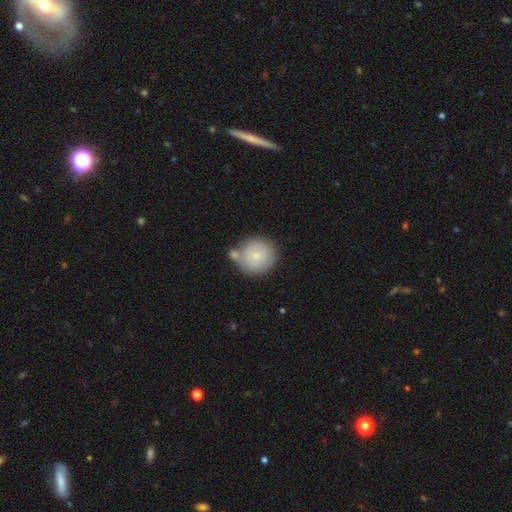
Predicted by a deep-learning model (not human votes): Smooth or featured? smooth (77%)
How rounded? round (90%)
Merging? none (56%)